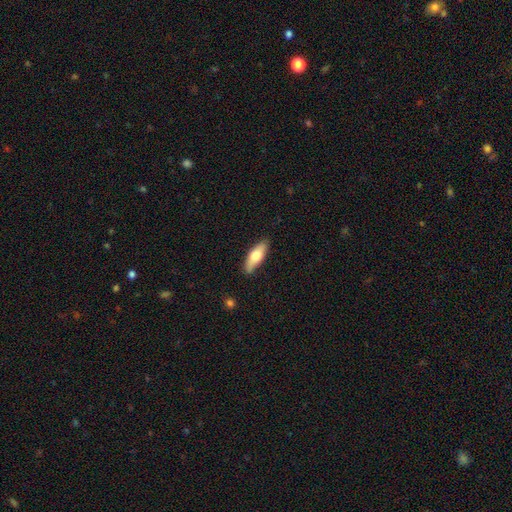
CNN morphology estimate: A smooth galaxy with no disk features (67%) that is in between round and cigar-shaped (60%).

Vote fractions:
- Smooth or featured? smooth: 67% / featured or disk: 28% / star or artifact: 5%
- How rounded? in between: 60% / cigar-shaped: 38% / round: 2%
- Merging? none: 84% / minor disturbance: 13% / major disturbance: 2% / merger: 1%